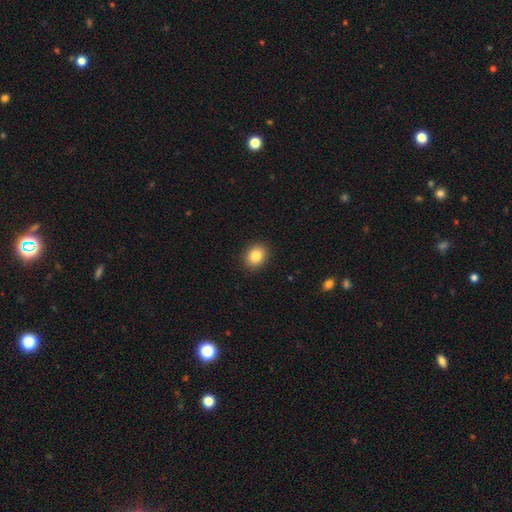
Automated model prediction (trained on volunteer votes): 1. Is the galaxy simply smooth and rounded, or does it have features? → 84% smooth, 9% star or artifact, 6% featured or disk.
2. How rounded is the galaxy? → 63% round, 36% in between, 1% cigar-shaped.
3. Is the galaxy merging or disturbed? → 91% none, 6% minor disturbance, 2% major disturbance, 1% merger.